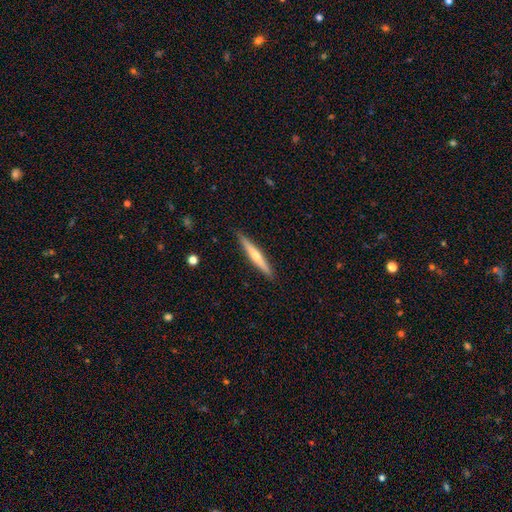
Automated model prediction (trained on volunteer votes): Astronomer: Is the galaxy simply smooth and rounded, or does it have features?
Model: featured or disk — 62%.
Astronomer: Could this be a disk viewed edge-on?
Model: yes — 97%.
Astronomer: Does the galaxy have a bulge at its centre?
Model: rounded — 83%.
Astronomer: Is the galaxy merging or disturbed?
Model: none — 90%.